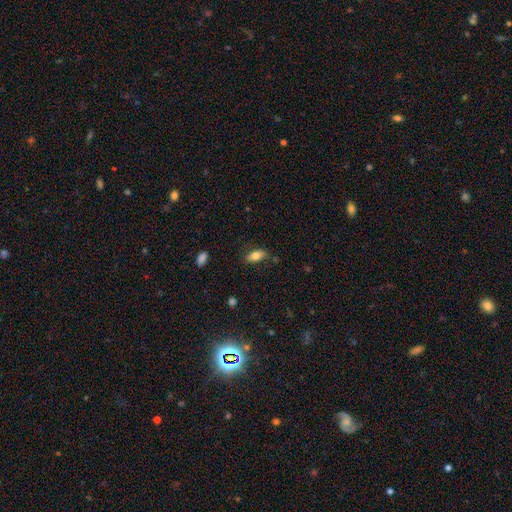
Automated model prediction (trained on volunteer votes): smooth_or_featured: smooth (p=0.76) [alt: featured or disk p=0.16]
how_rounded: in between (p=0.84) [alt: cigar-shaped p=0.13]
merging: none (p=0.77) [alt: minor disturbance p=0.17]